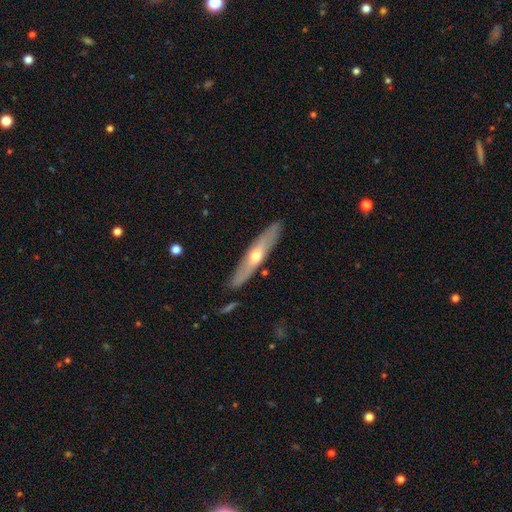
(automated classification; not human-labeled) smooth-or-featured: featured or disk: 54% | smooth: 40% | star or artifact: 5%
  disk-edge-on: yes: 77% | no: 23%
  merging: none: 86% | minor disturbance: 10% | major disturbance: 2% | merger: 2%